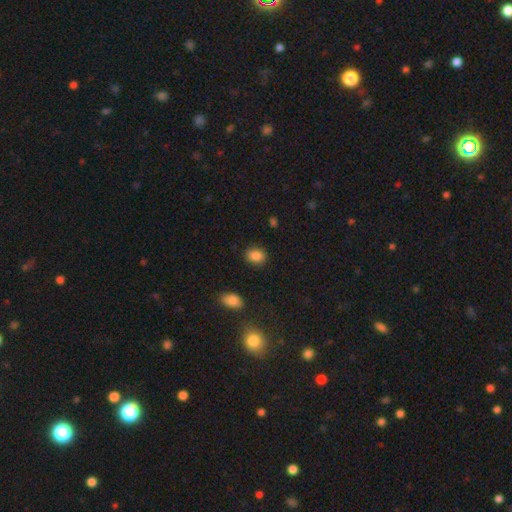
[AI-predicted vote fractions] smooth-or-featured: smooth: 86% | star or artifact: 9% | featured or disk: 4%
  how-rounded: in between: 57% | round: 42% | cigar-shaped: 1%
  merging: none: 86% | minor disturbance: 10% | major disturbance: 3% | merger: 1%